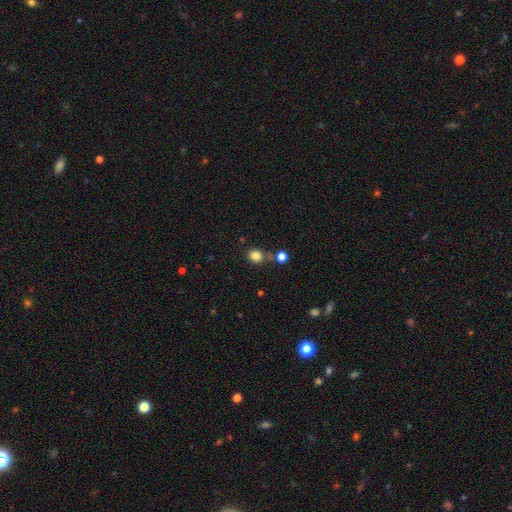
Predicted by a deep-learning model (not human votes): Smooth or featured? Predicted: smooth (p=0.83). How rounded? Predicted: round (p=0.75). Merging? Predicted: none (p=0.63).